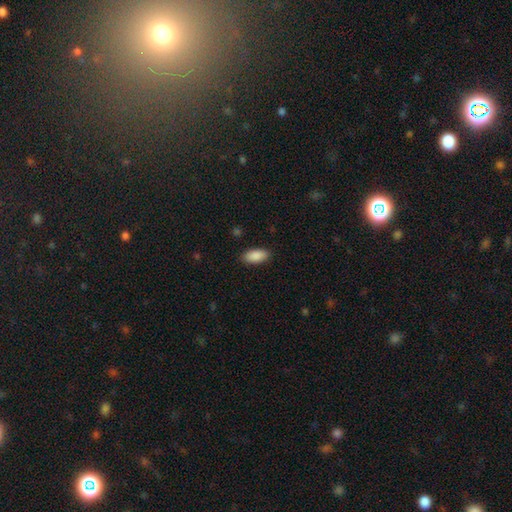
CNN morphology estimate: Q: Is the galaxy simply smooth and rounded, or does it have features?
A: smooth — 90%.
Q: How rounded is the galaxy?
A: in between — 91%.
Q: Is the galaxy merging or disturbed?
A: none — 89%.